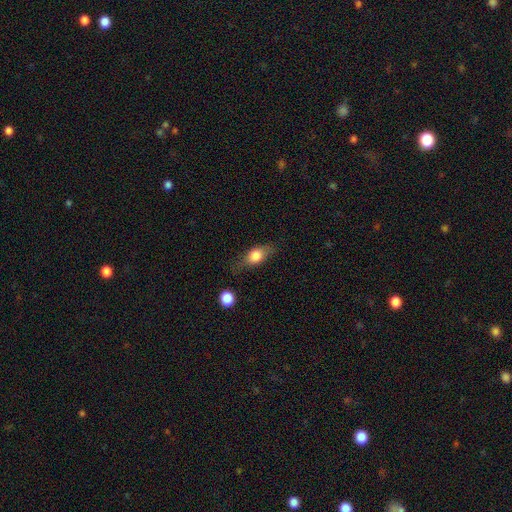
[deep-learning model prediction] The model was most divided on "merging": none: 67%, minor disturbance: 22%, major disturbance: 8%, merger: 3%. More confident: how rounded — in between (70%); smooth or featured — smooth (68%).